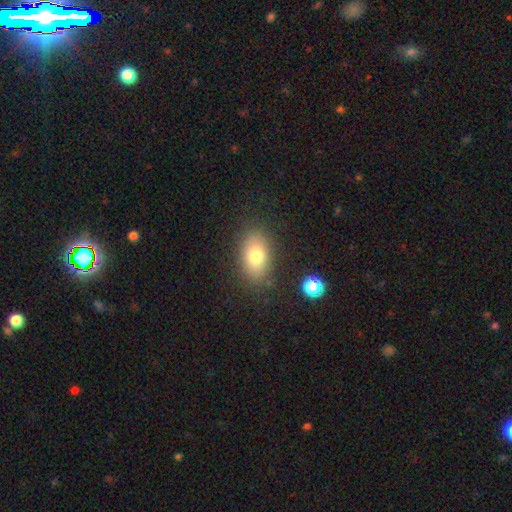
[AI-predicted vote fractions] A smooth galaxy with no disk features (77%) that is in between round and cigar-shaped (88%).

Vote fractions:
- Smooth or featured? smooth: 77% / featured or disk: 14% / star or artifact: 10%
- How rounded? in between: 88% / round: 10% / cigar-shaped: 2%
- Merging? none: 83% / minor disturbance: 12% / major disturbance: 4% / merger: 2%